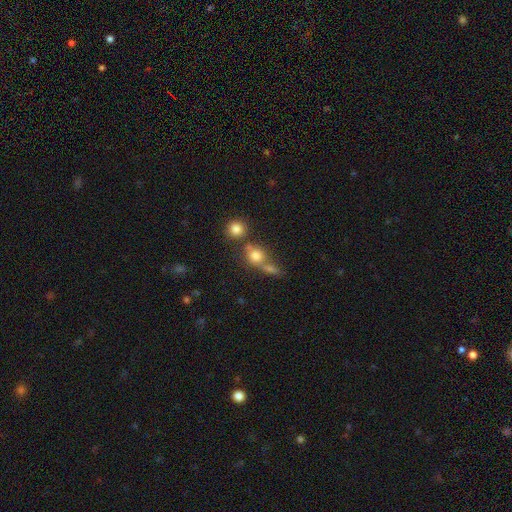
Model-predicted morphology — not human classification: This is likely a smooth galaxy (75%). How rounded: likely round (76%). Merging: possibly none (46%).